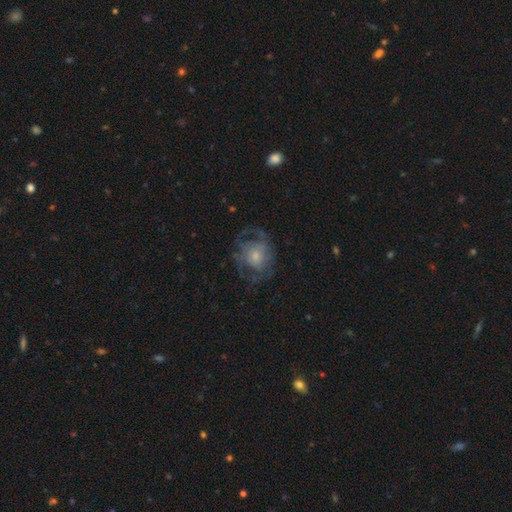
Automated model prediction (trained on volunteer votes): Overall: featured or disk (52%; smooth 39%). Edge-on disk: no (97%). Bar: no (81%). Spiral arms: yes (54%; no 46%). Bulge size: small (45%; moderate 37%). Merging: none (50%; major disturbance 29%).